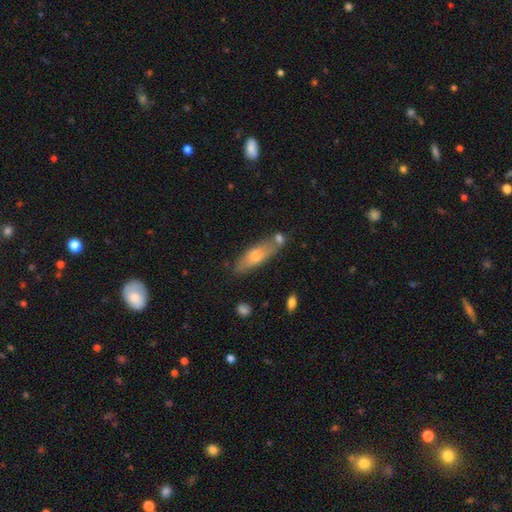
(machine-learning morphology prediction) smooth_or_featured: smooth (p=0.62) [alt: featured or disk p=0.31]
how_rounded: cigar-shaped (p=0.53) [alt: in between p=0.44]
merging: none (p=0.68) [alt: minor disturbance p=0.16]